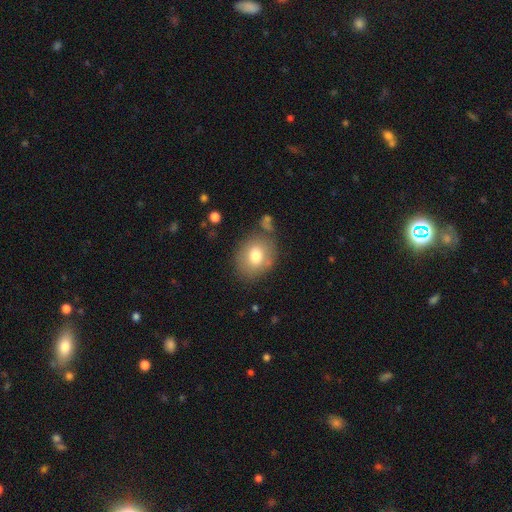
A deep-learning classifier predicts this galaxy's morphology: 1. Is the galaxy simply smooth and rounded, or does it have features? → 75% smooth, 16% featured or disk, 9% star or artifact.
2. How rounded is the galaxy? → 60% round, 39% in between, 1% cigar-shaped.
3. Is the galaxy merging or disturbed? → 74% none, 15% minor disturbance, 6% merger, 5% major disturbance.